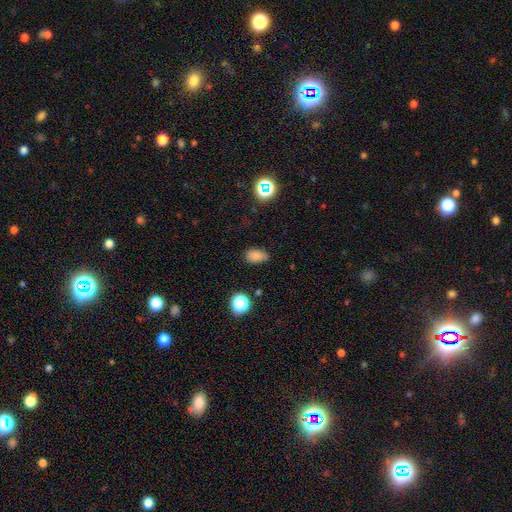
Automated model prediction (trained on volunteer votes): Smooth or featured: smooth — 81% (star or artifact — 14%)
How rounded: in between — 86% (round — 12%)
Merging: none — 76% (minor disturbance — 19%)